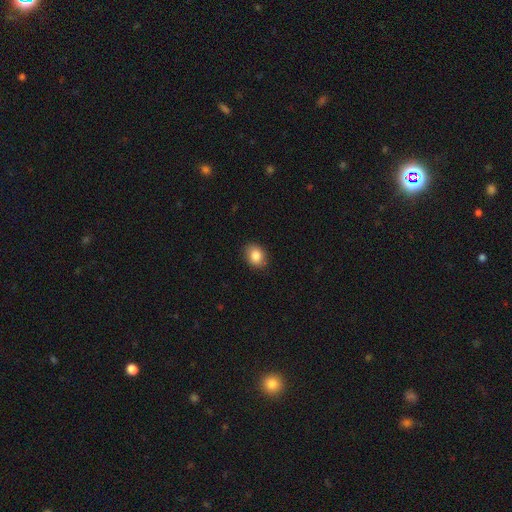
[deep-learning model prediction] Smooth or featured? smooth (85%)
How rounded? in between (53%)
Merging? none (87%)